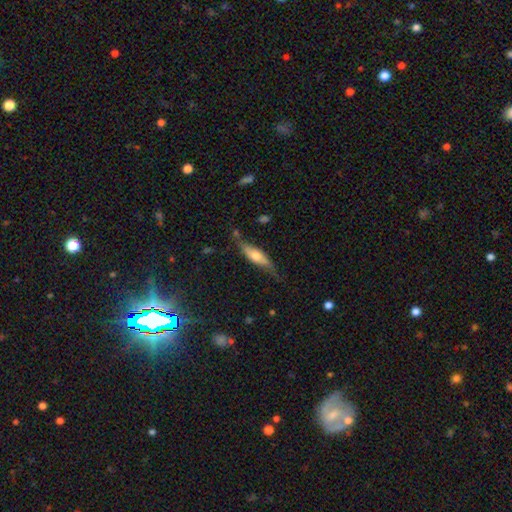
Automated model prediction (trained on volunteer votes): smooth_or_featured: featured or disk (p=0.48) [alt: smooth p=0.46]
merging: none (p=0.63) [alt: minor disturbance p=0.26]